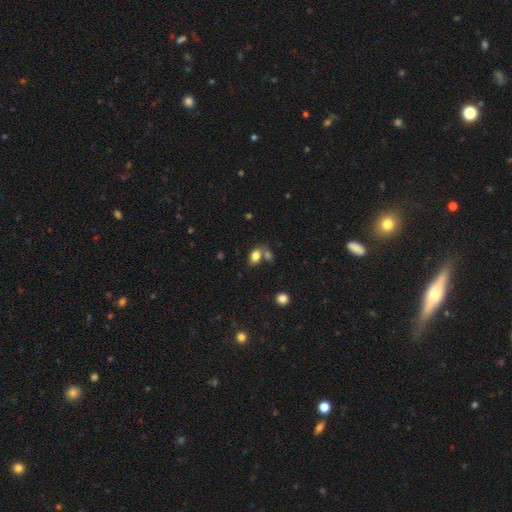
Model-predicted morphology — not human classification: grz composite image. It shows a smooth galaxy with no disk features (80%) that is in between round and cigar-shaped (83%). Merging: none (50%).